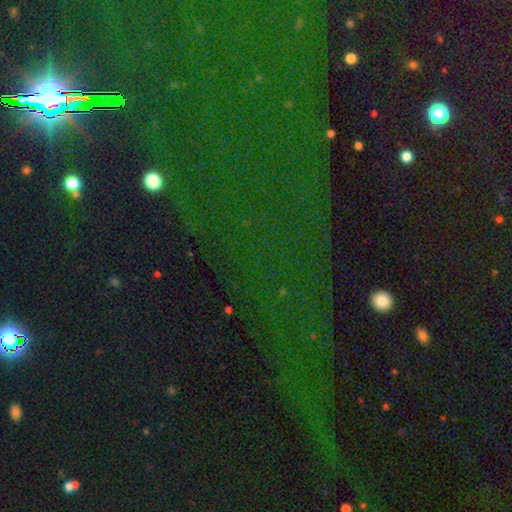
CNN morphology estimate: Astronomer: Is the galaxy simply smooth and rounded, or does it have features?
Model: star or artifact — 83%.